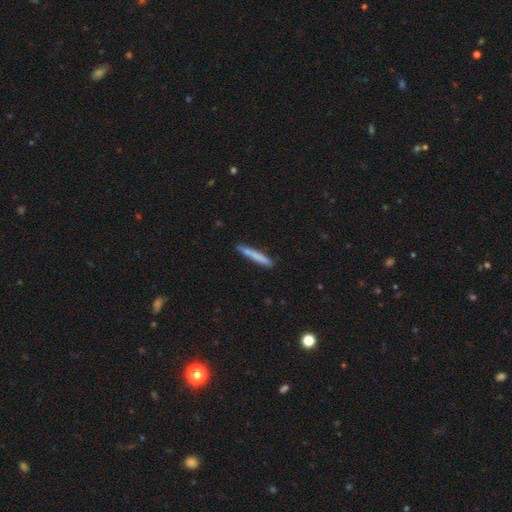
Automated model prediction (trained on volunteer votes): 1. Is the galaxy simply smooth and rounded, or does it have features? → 75% smooth, 19% featured or disk, 6% star or artifact.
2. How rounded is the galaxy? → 96% cigar-shaped, 3% in between, 1% round.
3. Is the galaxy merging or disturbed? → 87% none, 10% minor disturbance, 2% major disturbance, 2% merger.